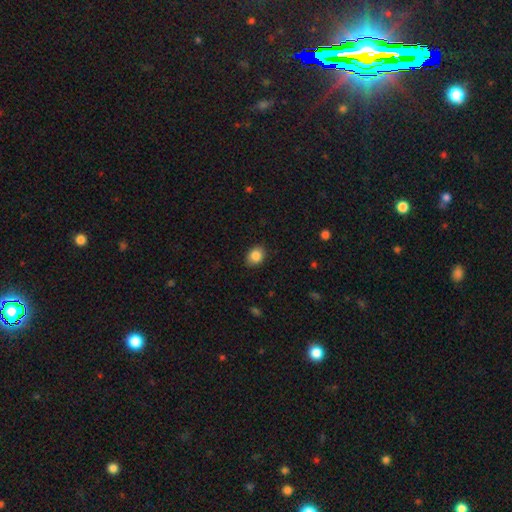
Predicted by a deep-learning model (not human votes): smooth 87%, star or artifact 8%, featured or disk 5%. Down the decision tree: how rounded — in between (58%); merging — none (85%).